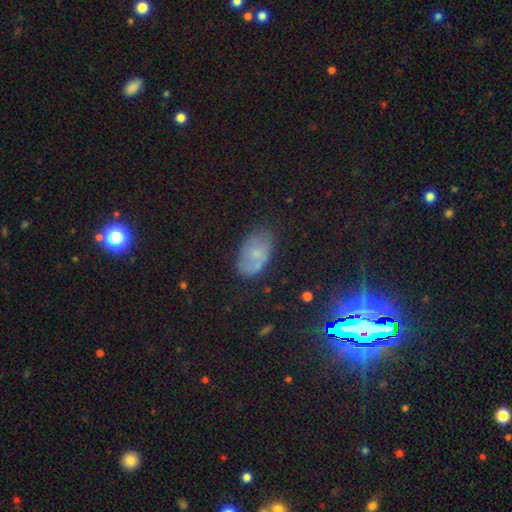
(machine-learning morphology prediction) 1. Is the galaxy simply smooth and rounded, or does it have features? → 64% smooth, 20% featured or disk, 16% star or artifact.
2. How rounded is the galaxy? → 92% in between, 6% round, 2% cigar-shaped.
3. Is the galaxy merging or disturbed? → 64% none, 25% minor disturbance, 8% major disturbance, 2% merger.